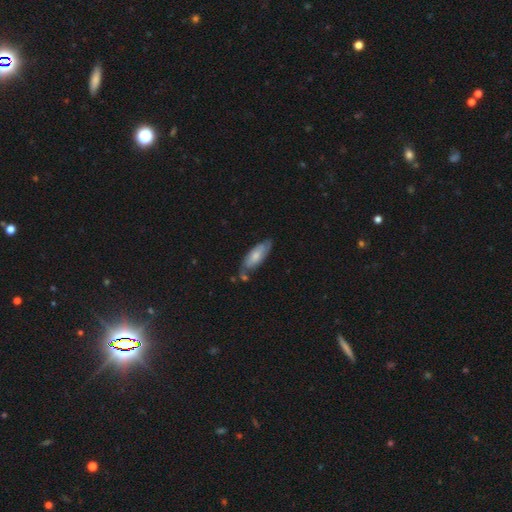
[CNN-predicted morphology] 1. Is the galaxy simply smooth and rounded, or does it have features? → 51% smooth, 43% featured or disk, 6% star or artifact.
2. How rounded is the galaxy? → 70% in between, 28% cigar-shaped, 2% round.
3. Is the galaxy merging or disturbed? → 61% none, 24% minor disturbance, 8% merger, 7% major disturbance.